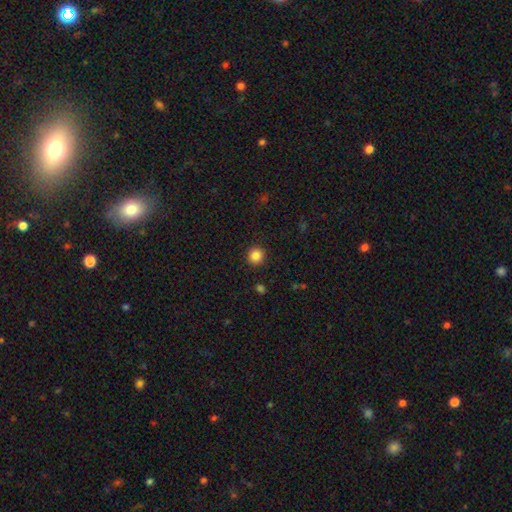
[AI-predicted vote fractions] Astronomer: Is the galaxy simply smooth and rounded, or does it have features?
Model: smooth — 86%.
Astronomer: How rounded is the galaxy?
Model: round — 92%.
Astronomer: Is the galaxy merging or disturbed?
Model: none — 92%.